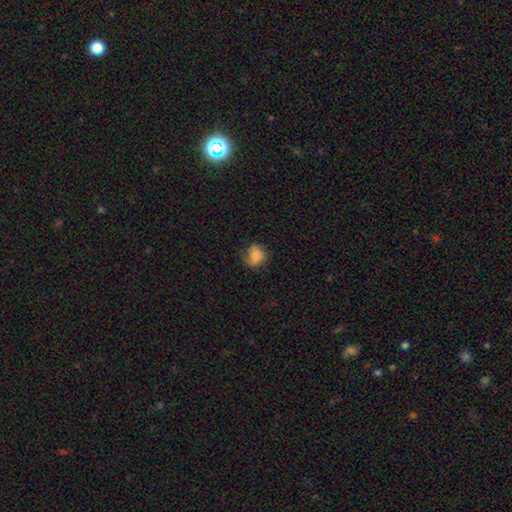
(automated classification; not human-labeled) The model was most divided on "merging": none: 64%, minor disturbance: 25%, major disturbance: 10%, merger: 1%. More confident: smooth or featured — smooth (78%); how rounded — round (70%).